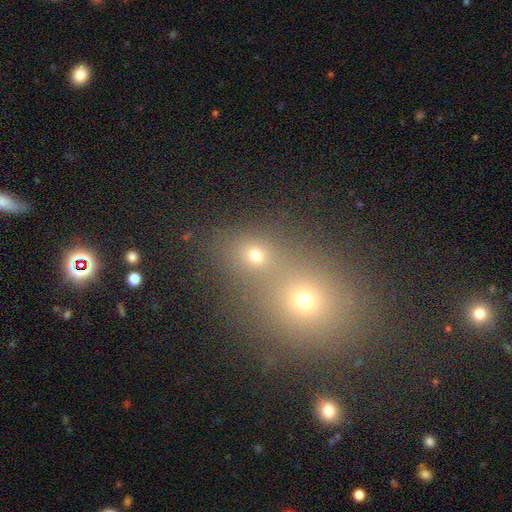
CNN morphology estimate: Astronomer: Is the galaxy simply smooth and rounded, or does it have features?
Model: smooth — 57%.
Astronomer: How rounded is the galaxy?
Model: round — 71%.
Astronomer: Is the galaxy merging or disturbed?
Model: merger — 53% (runner-up: none, 38%).